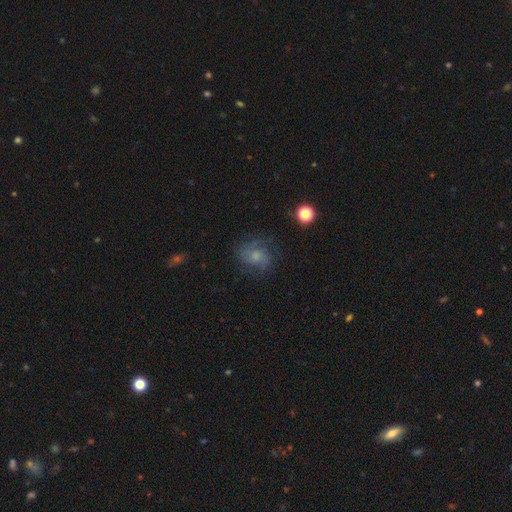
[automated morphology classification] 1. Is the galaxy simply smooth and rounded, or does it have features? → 52% featured or disk, 34% smooth, 14% star or artifact.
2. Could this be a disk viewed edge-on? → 97% no, 3% yes.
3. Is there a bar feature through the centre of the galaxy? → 72% no, 25% weak, 4% strong.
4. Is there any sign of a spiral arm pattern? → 85% yes, 15% no.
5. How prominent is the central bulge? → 36% moderate (tied), 36% small (tied), 18% none, 8% large, 2% dominant.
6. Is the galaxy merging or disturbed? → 65% none, 20% minor disturbance, 13% major disturbance, 2% merger.